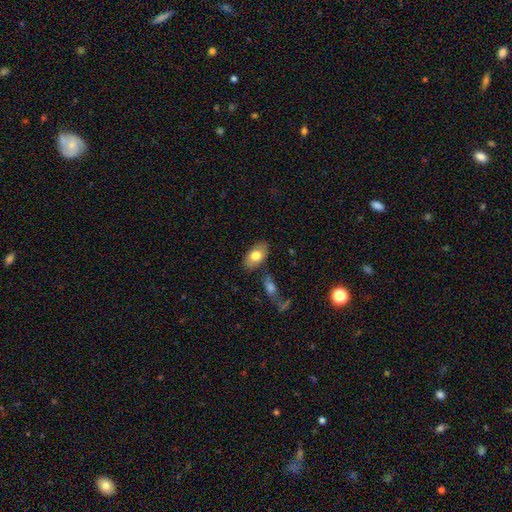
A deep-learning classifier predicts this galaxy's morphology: The model was most divided on "smooth or featured": smooth: 74%, featured or disk: 20%, star or artifact: 6%. More confident: how rounded — in between (91%); merging — none (79%).